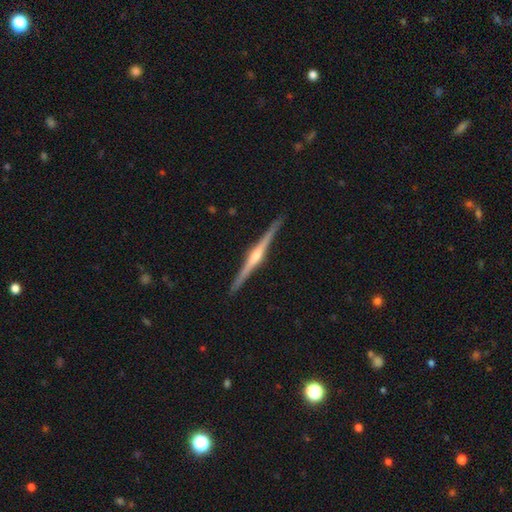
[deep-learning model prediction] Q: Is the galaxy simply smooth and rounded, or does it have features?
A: featured or disk — 86%.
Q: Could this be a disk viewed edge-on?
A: yes — 99%.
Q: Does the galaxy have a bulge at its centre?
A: rounded — 85%.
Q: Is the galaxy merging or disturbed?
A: none — 92%.